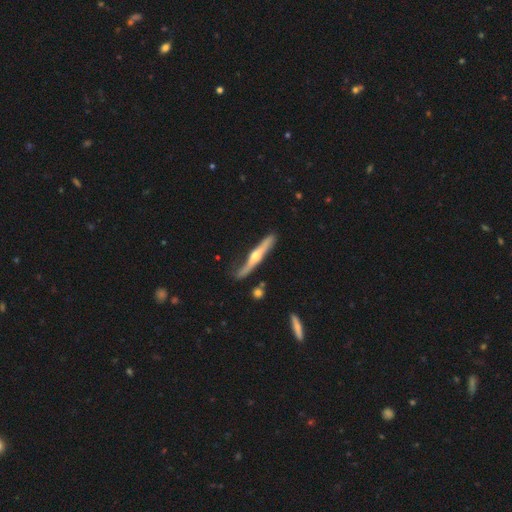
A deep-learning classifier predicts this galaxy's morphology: Smooth or featured? Predicted: featured or disk (p=0.72). Edge-on disk? Predicted: yes (p=0.94). Edge-on bulge? Predicted: rounded (p=0.91). Merging? Predicted: none (p=0.73).